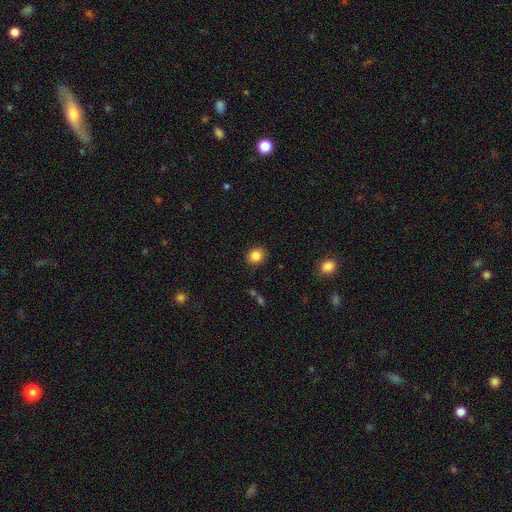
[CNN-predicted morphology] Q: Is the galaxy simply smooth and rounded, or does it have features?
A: smooth — 86%.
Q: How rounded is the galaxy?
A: round — 73%.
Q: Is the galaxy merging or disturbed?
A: none — 88%.